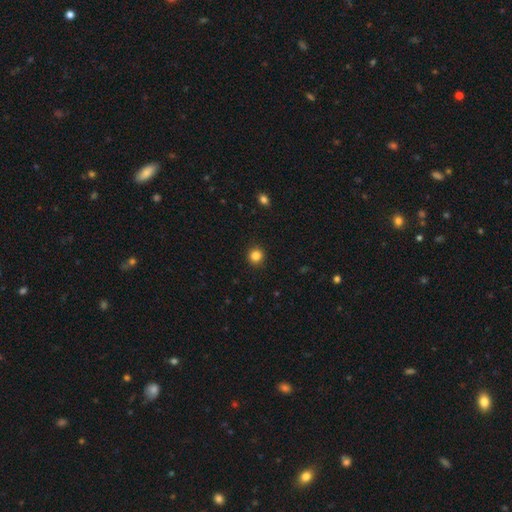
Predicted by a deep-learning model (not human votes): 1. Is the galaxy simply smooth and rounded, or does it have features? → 85% smooth, 11% star or artifact, 4% featured or disk.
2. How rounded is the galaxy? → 93% round, 6% in between, 1% cigar-shaped.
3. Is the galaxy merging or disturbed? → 92% none, 5% minor disturbance, 2% major disturbance, 1% merger.